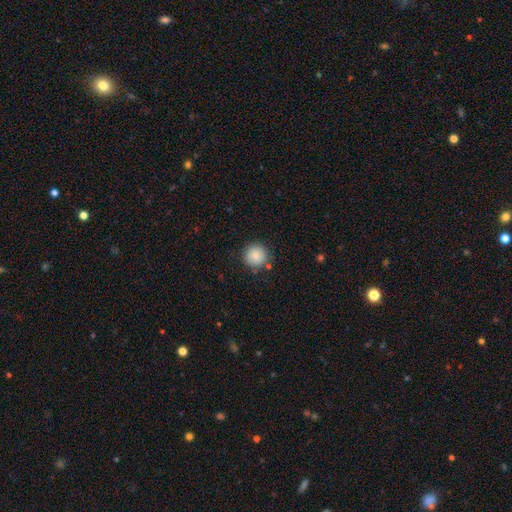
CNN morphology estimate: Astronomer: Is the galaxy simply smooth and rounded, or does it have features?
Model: smooth — 87%.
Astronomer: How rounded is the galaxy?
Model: round — 95%.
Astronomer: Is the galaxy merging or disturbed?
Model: none — 85%.